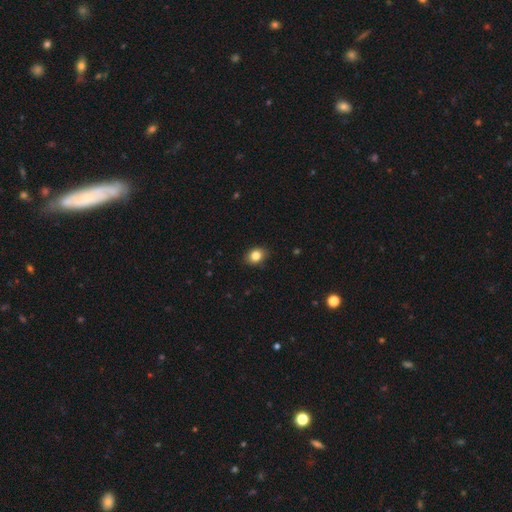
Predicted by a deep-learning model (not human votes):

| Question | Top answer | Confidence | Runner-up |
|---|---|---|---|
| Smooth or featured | smooth | 84% | star or artifact (10%) |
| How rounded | in between | 60% | round (39%) |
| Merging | none | 86% | minor disturbance (11%) |